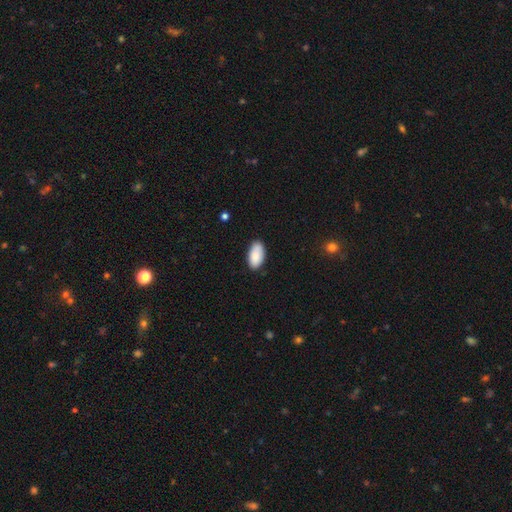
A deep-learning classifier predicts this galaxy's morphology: smooth_or_featured: smooth (p=0.88) [alt: star or artifact p=0.06]
how_rounded: in between (p=0.95) [alt: cigar-shaped p=0.03]
merging: none (p=0.80) [alt: minor disturbance p=0.16]